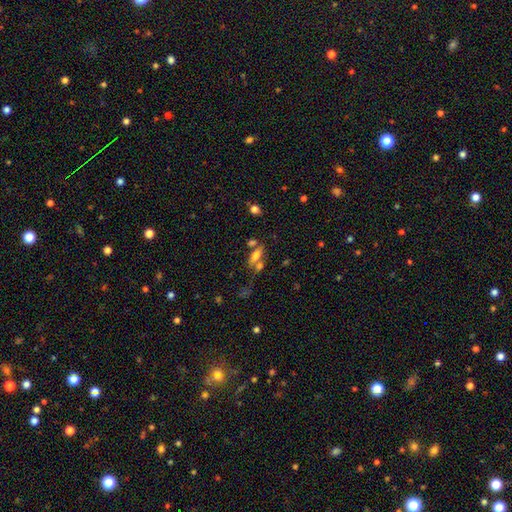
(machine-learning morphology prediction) smooth-or-featured: smooth: 65% | featured or disk: 23% | star or artifact: 12%
  how-rounded: in between: 77% | cigar-shaped: 18% | round: 5%
  merging: none: 42% | merger: 34% | minor disturbance: 14% | major disturbance: 9%